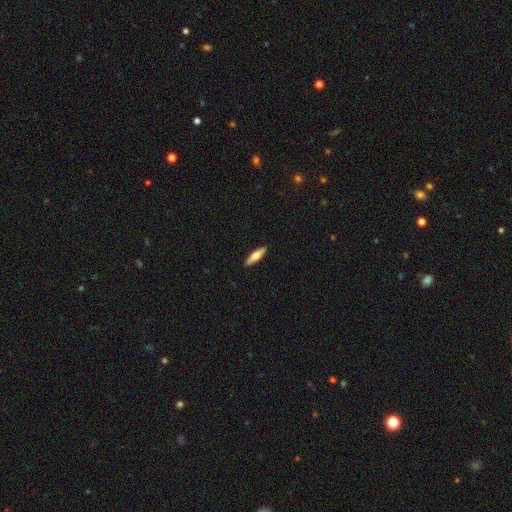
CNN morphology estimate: Smooth or featured? smooth (59%)
How rounded? cigar-shaped (69%)
Merging? none (91%)